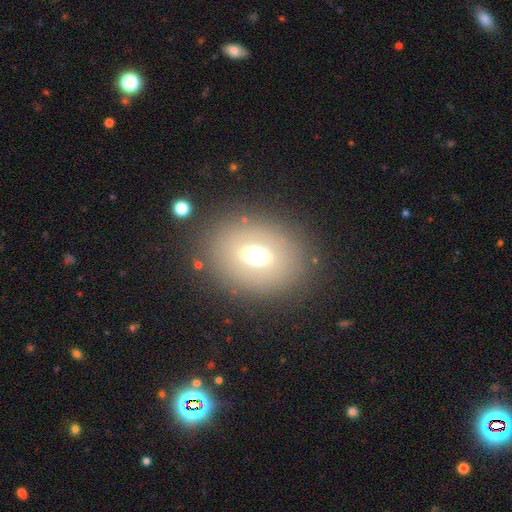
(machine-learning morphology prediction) smooth-or-featured: smooth: 59% | featured or disk: 26% | star or artifact: 16%
  how-rounded: in between: 58% | round: 40% | cigar-shaped: 2%
  merging: none: 82% | minor disturbance: 9% | major disturbance: 6% | merger: 3%